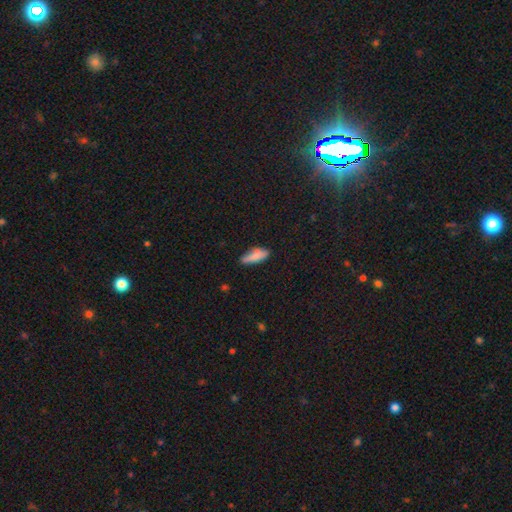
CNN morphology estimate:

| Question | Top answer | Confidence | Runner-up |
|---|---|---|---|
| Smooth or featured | smooth | 80% | featured or disk (12%) |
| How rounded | in between | 51% | cigar-shaped (47%) |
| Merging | none | 63% | minor disturbance (26%) |